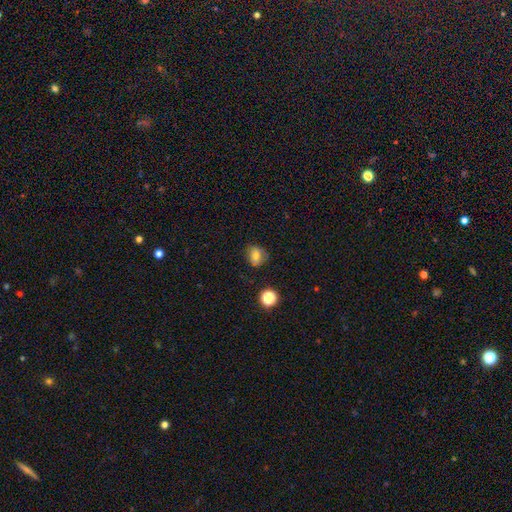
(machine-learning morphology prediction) Smooth or featured: smooth — 74% (star or artifact — 13%)
How rounded: in between — 49% (tied with round — 49%)
Merging: none — 75% (minor disturbance — 19%)